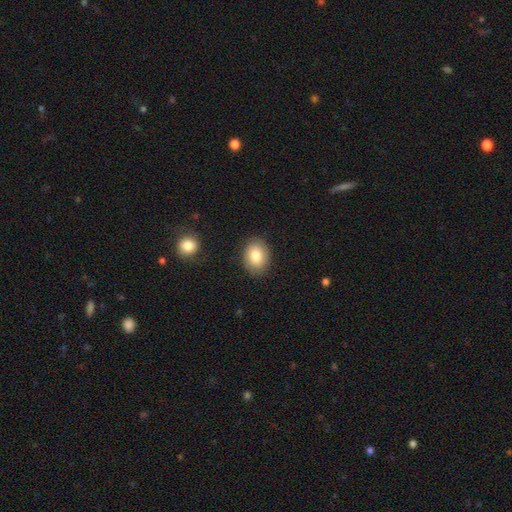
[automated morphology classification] type=smooth (83%); roundness=in between (65%); merging=none (86%).